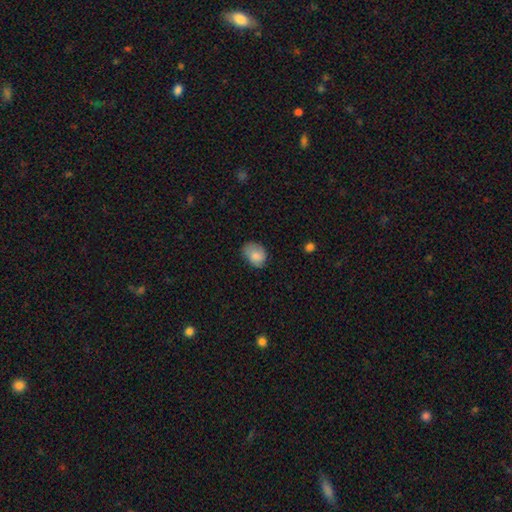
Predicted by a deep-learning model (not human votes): Morphology: type=smooth (82%); roundness=in between (66%); merging=none (58%).